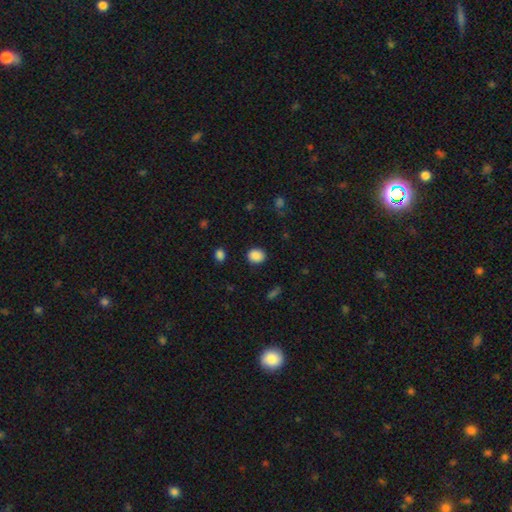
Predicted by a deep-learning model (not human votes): smooth_or_featured: smooth (p=0.88) [alt: star or artifact p=0.09]
how_rounded: round (p=0.62) [alt: in between p=0.37]
merging: none (p=0.87) [alt: minor disturbance p=0.09]